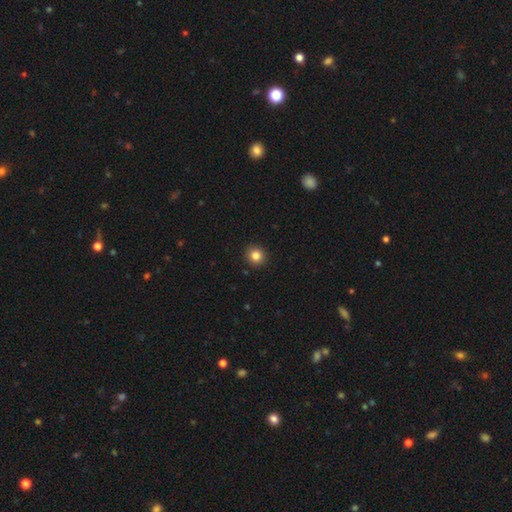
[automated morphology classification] Smooth or featured?
  - smooth: 84% *
  - star or artifact: 11%
  - featured or disk: 5%
How rounded?
  - round: 93% *
  - in between: 7%
  - cigar-shaped: 1%
Merging?
  - none: 92% *
  - minor disturbance: 5%
  - major disturbance: 2%
  - merger: 1%